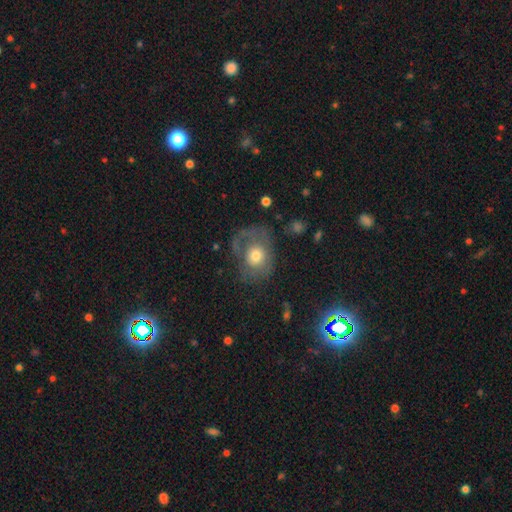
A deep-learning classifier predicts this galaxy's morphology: Smooth or featured?
  - smooth: 53% *
  - featured or disk: 37%
  - star or artifact: 10%
How rounded?
  - round: 54% *
  - in between: 45%
  - cigar-shaped: 1%
Merging?
  - none: 47% *
  - major disturbance: 28%
  - minor disturbance: 22%
  - merger: 2%